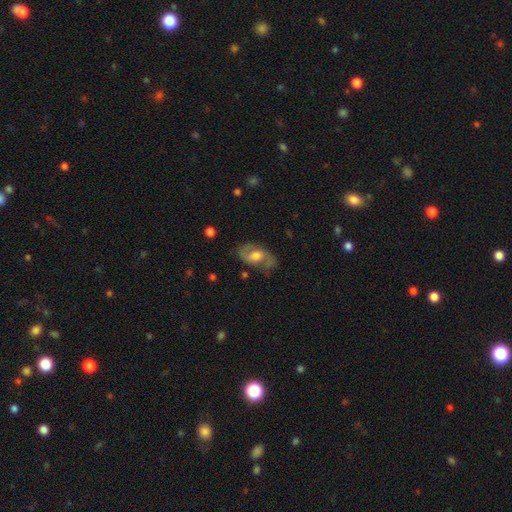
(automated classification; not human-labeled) A featured or disk galaxy (70%) with no bar (49%), 2 (84%) medium (48%) spiral arms (84%) and a moderate central bulge (58%). Merging: none (69%).